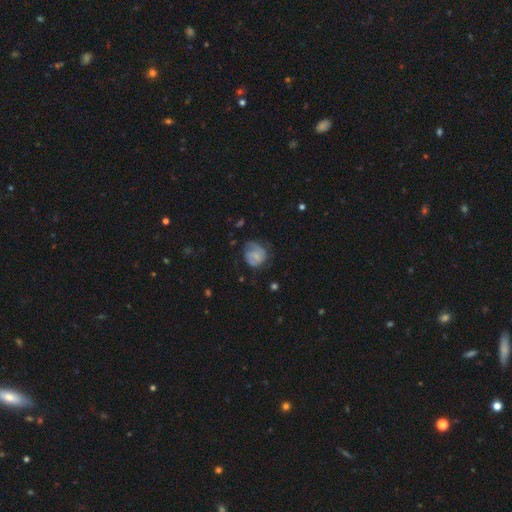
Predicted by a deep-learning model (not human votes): A smooth galaxy with no disk features (47%). Merging: none (49%).